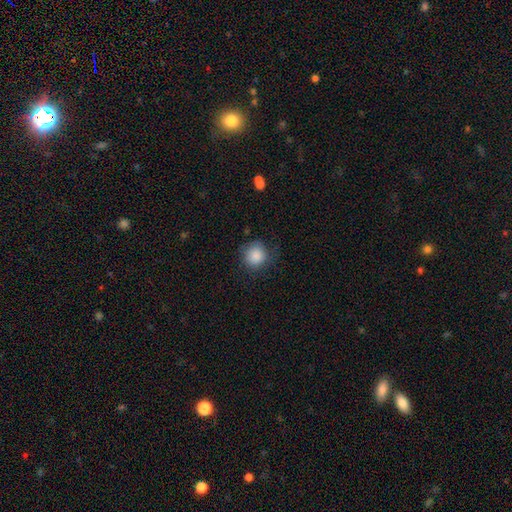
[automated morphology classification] This is clearly a smooth galaxy (87%). How rounded: clearly round (89%). Merging: likely none (76%).